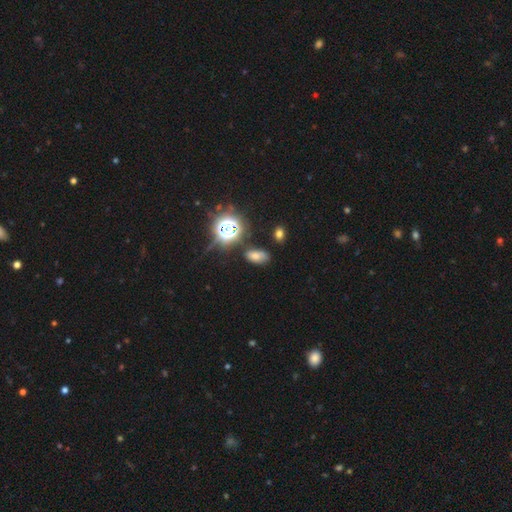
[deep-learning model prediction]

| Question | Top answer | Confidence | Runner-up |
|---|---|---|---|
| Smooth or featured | smooth | 56% | star or artifact (32%) |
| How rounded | in between | 89% | round (8%) |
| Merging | none | 75% | minor disturbance (16%) |